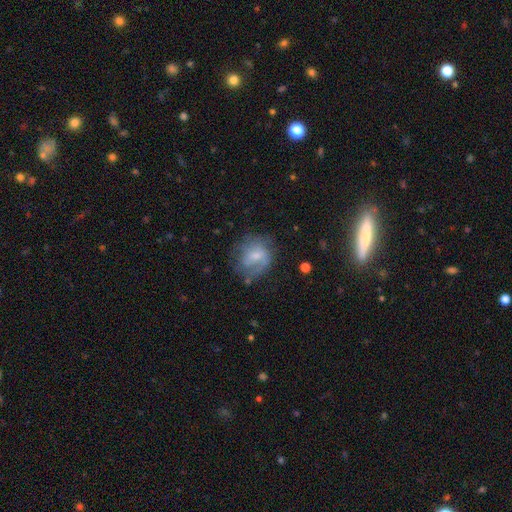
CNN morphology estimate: Smooth or featured: smooth — 49% (featured or disk — 43%)
Merging: none — 50% (minor disturbance — 26%)